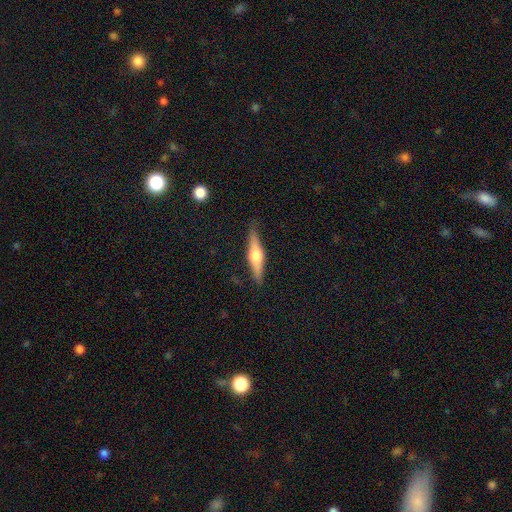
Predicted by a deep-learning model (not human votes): A featured or disk galaxy (58%) viewed edge-on (96%) with a rounded central bulge (92%). Merging: none (87%).